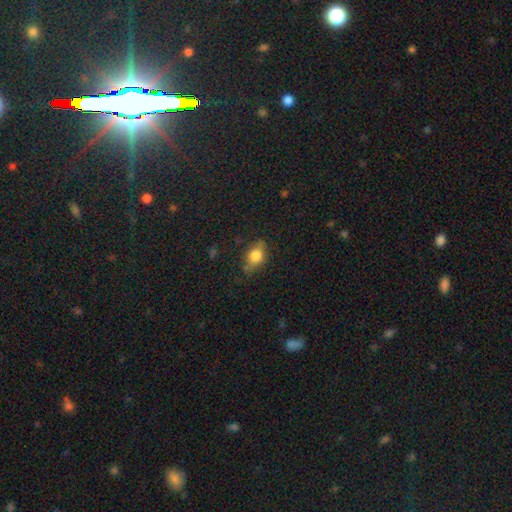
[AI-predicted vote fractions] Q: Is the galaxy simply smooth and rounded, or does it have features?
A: smooth — 75%.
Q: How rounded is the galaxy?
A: in between — 64%.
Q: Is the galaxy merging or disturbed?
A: none — 65%.